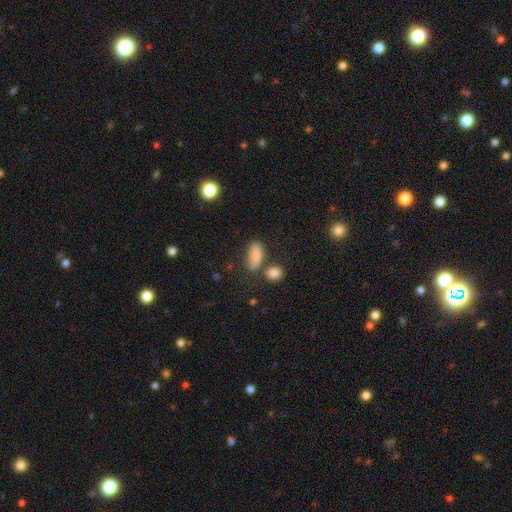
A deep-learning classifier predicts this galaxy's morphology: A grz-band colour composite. It shows a smooth galaxy with no disk features (79%) that is in between round and cigar-shaped (87%). Merging: none (62%).